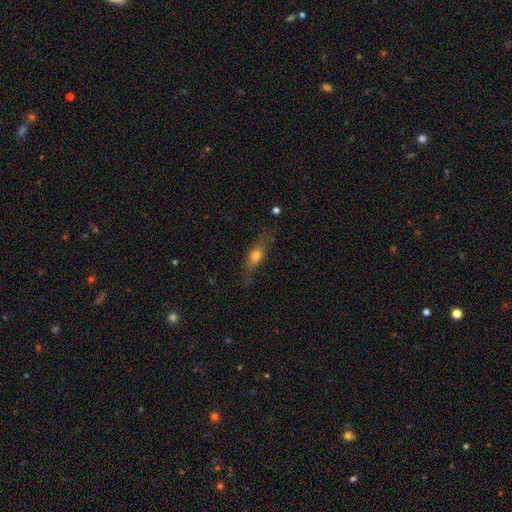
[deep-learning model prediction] Q: Smooth or featured?
A: smooth (54%); runner-up: featured or disk (37%)
Q: How rounded?
A: cigar-shaped (51%); runner-up: in between (42%)
Q: Merging?
A: none (73%); runner-up: minor disturbance (18%)